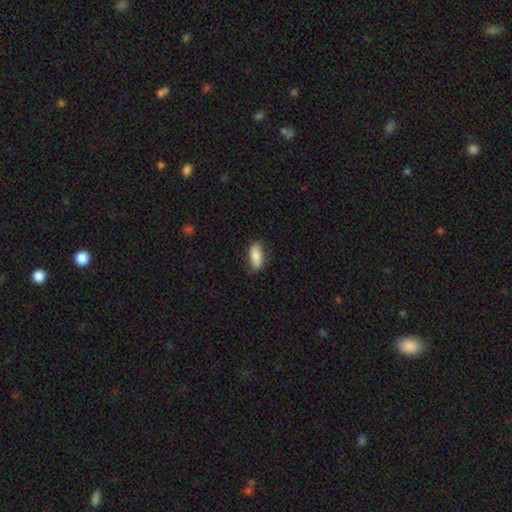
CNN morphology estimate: smooth_or_featured: smooth (p=0.80) [alt: featured or disk p=0.14]
how_rounded: in between (p=0.85) [alt: cigar-shaped p=0.12]
merging: none (p=0.79) [alt: minor disturbance p=0.16]